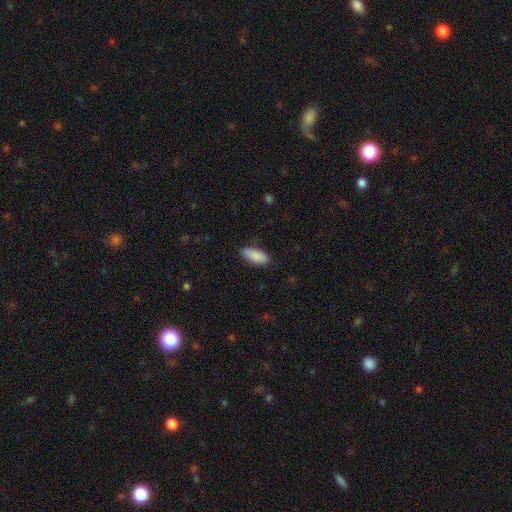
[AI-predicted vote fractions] Morphology: type=smooth (89%); roundness=in between (85%); merging=none (84%).